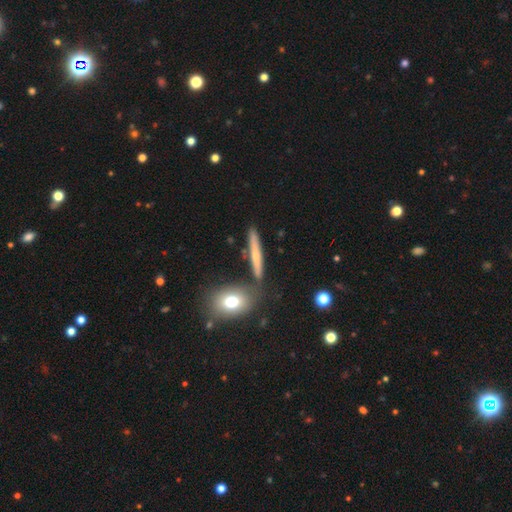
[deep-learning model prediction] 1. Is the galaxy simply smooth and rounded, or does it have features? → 48% smooth, 44% featured or disk, 8% star or artifact.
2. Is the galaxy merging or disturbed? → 80% none, 10% minor disturbance, 6% merger, 3% major disturbance.